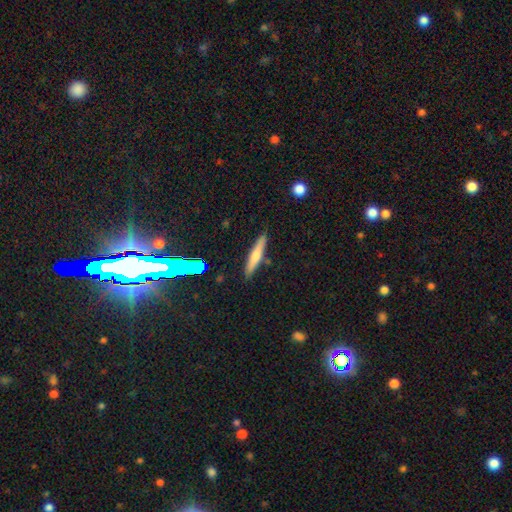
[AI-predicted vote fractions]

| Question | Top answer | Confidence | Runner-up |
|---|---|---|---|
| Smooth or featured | smooth | 57% | featured or disk (34%) |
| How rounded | cigar-shaped | 91% | in between (7%) |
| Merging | none | 86% | minor disturbance (9%) |